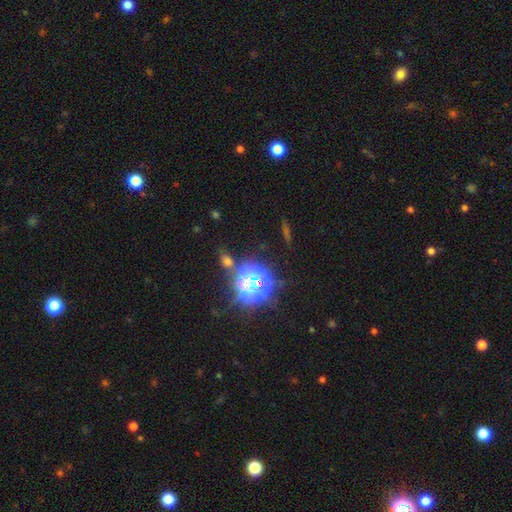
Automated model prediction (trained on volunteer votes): smooth_or_featured: star or artifact (p=0.80) [alt: smooth p=0.14]